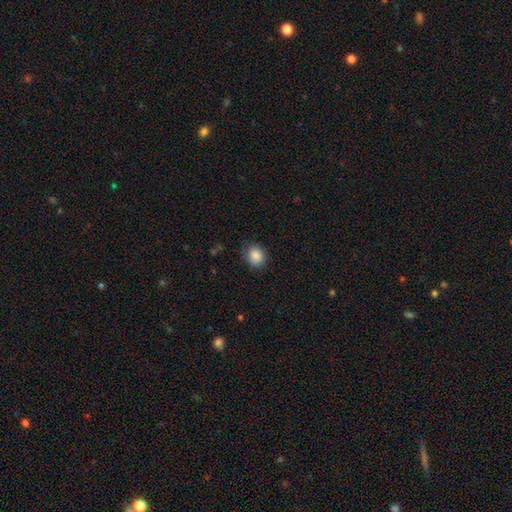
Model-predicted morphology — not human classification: A smooth galaxy with no disk features (87%) that is round (60%).

Vote fractions:
- Smooth or featured? smooth: 87% / star or artifact: 8% / featured or disk: 5%
- How rounded? round: 60% / in between: 39% / cigar-shaped: 1%
- Merging? none: 82% / minor disturbance: 14% / major disturbance: 3% / merger: 1%